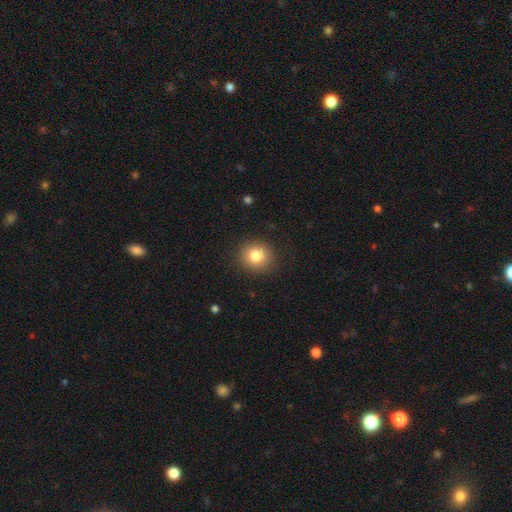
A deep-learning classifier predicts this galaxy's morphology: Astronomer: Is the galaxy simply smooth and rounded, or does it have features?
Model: smooth — 81%.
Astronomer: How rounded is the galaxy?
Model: round — 86%.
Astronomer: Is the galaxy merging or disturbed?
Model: none — 89%.